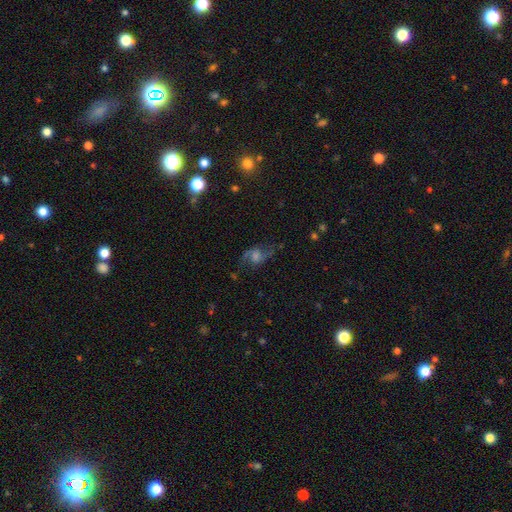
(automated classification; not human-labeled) This appears to be a featured or disk galaxy (70%) with no bar (56%), 2 (90%) loose (69%) spiral arms (93%) and a moderate central bulge (35%). Merging: none (69%).